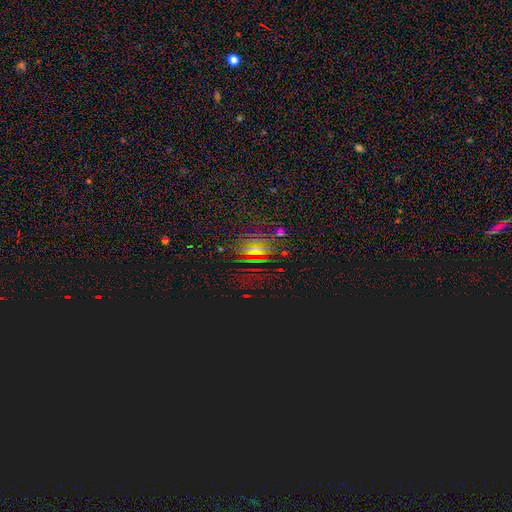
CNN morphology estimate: Smooth or featured? star or artifact (73%)